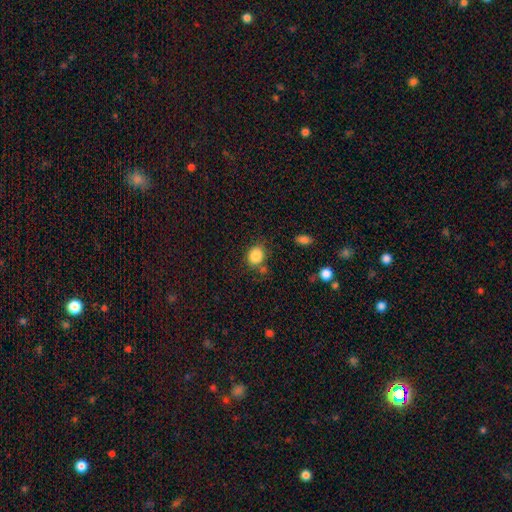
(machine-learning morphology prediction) type=smooth (86%); roundness=round (54%); merging=none (71%).